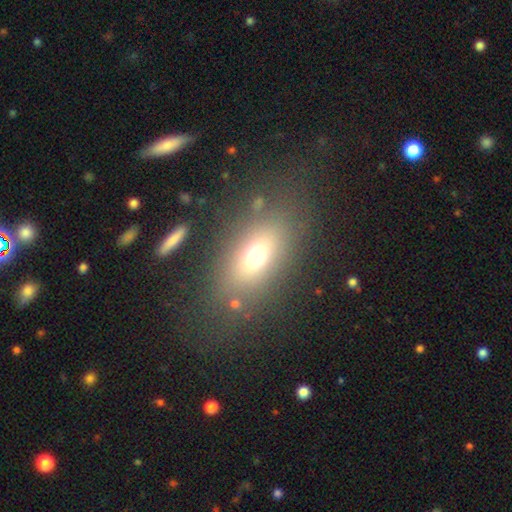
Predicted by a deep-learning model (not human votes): A smooth galaxy with no disk features (69%) that is in between round and cigar-shaped (78%). Merging: none (76%).